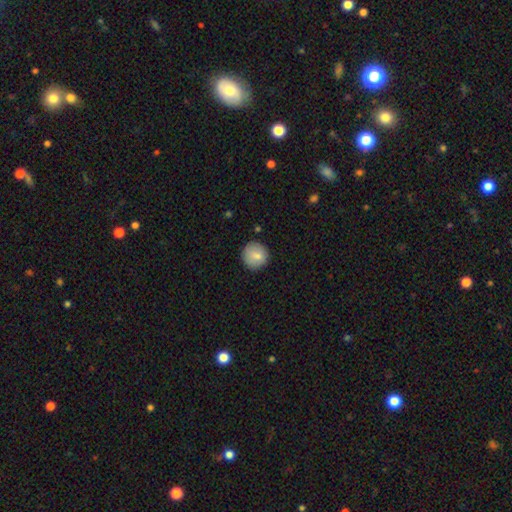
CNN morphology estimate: A smooth galaxy with no disk features (82%) that is round (93%). Merging: none (86%).